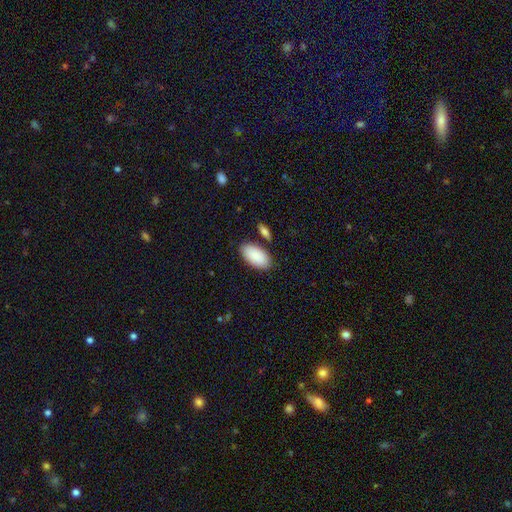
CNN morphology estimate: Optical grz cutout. It shows a smooth galaxy with no disk features (90%) that is in between round and cigar-shaped (95%). Merging: none (81%).